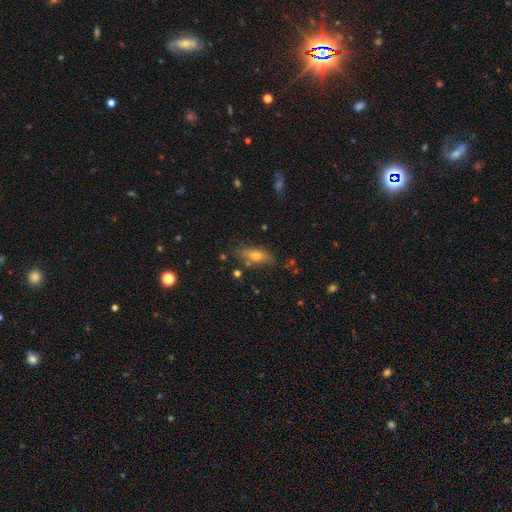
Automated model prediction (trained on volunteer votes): This appears to be a smooth galaxy with no disk features (63%) that is in between round and cigar-shaped (65%). Merging: none (75%).